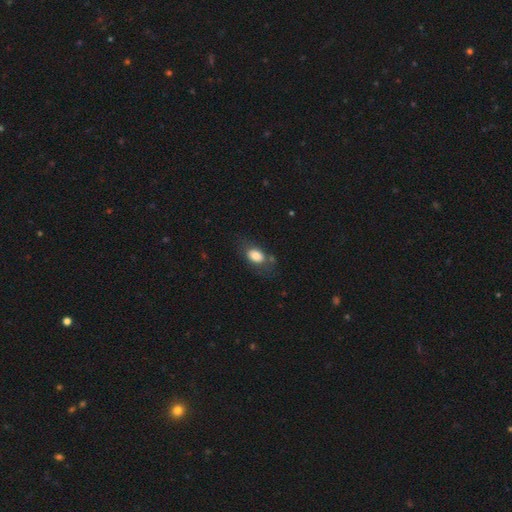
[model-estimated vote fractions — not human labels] This is likely a smooth galaxy (78%). How rounded: clearly in between (84%). Merging: likely none (63%).